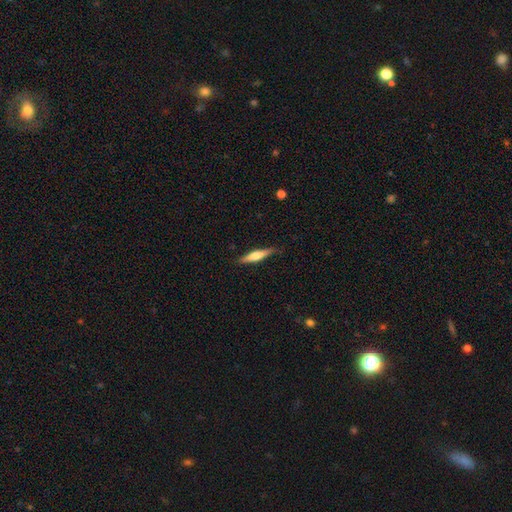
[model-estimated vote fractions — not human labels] This is possibly a smooth galaxy (51%). How rounded: clearly cigar-shaped (84%). Merging: clearly none (83%).